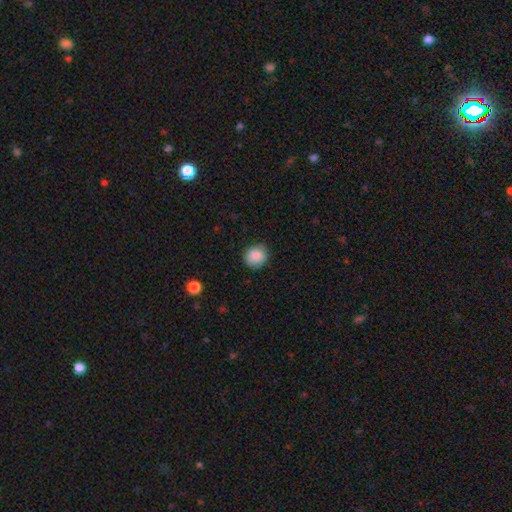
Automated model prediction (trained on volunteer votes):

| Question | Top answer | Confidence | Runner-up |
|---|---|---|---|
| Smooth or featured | smooth | 88% | star or artifact (8%) |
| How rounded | round | 84% | in between (15%) |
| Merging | none | 84% | minor disturbance (12%) |